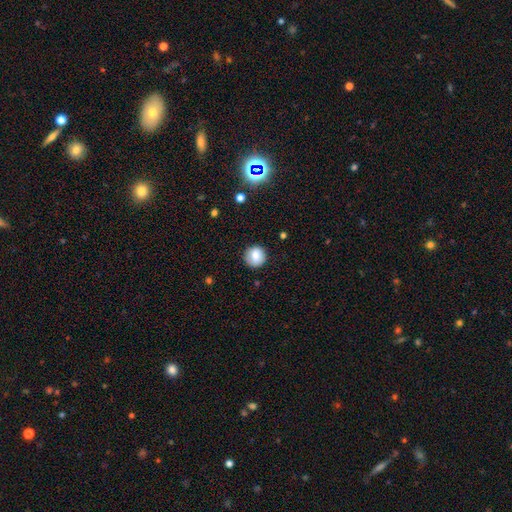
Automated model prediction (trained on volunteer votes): A smooth galaxy with no disk features (82%) that is round (92%). Merging: none (86%).